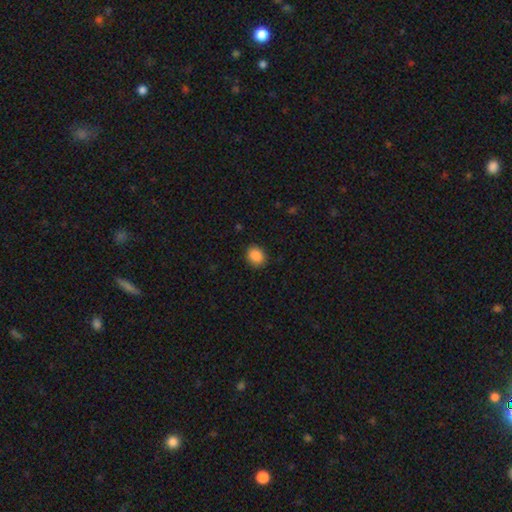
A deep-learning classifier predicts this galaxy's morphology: This appears to be a smooth galaxy with no disk features (87%) that is round (58%). Merging: none (88%).